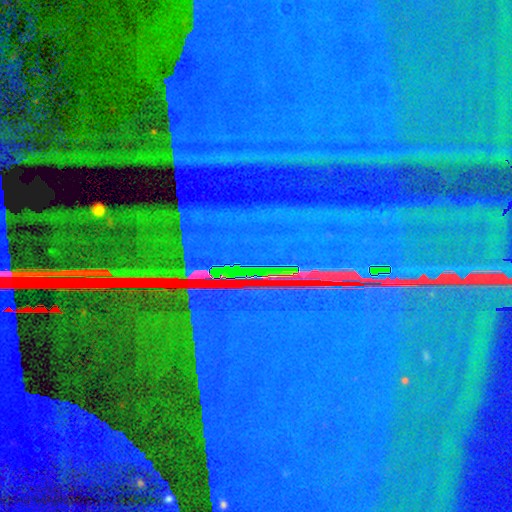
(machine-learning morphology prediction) smooth_or_featured: star or artifact (p=0.88) [alt: featured or disk p=0.07]